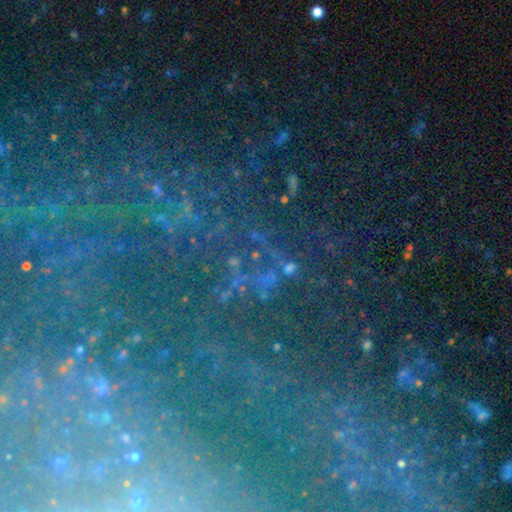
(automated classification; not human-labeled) smooth_or_featured: star or artifact (p=0.72) [alt: smooth p=0.15]